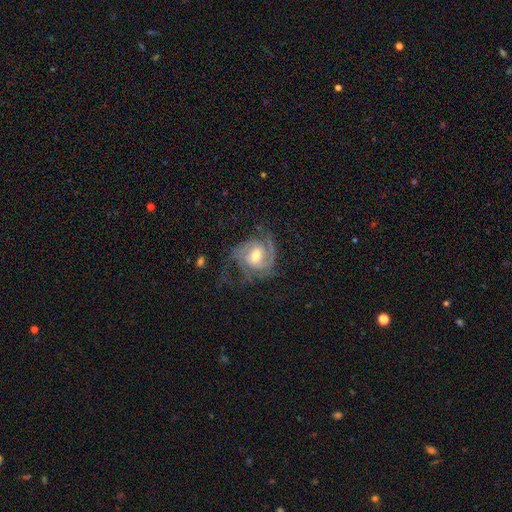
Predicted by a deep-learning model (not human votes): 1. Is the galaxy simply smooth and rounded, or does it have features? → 87% featured or disk, 8% smooth, 5% star or artifact.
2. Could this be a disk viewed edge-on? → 98% no, 2% yes.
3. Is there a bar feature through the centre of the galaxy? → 45% no, 43% weak, 11% strong.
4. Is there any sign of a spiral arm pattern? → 96% yes, 4% no.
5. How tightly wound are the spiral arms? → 44% medium, 42% tight, 15% loose.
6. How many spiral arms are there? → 48% 2, 23% 3, 15% can't tell, 6% 1, 4% 4, 4% more than 4.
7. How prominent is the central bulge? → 66% moderate, 25% small, 7% large, 1% none, 1% dominant.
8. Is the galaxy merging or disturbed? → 59% none, 20% major disturbance, 19% minor disturbance, 2% merger.